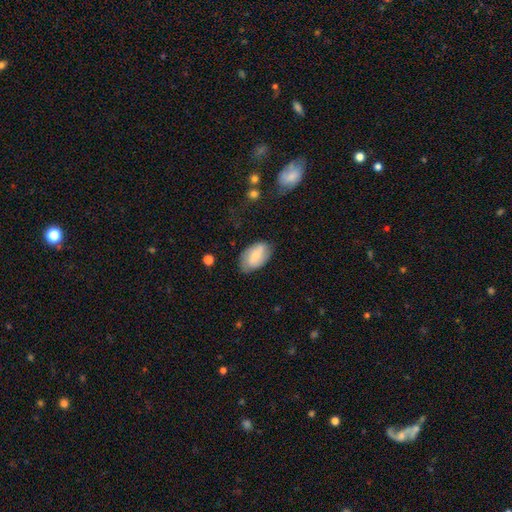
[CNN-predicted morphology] Smooth or featured?
  - smooth: 67% *
  - featured or disk: 26%
  - star or artifact: 7%
How rounded?
  - in between: 92% *
  - round: 6%
  - cigar-shaped: 2%
Merging?
  - none: 72% *
  - minor disturbance: 21%
  - major disturbance: 5%
  - merger: 1%